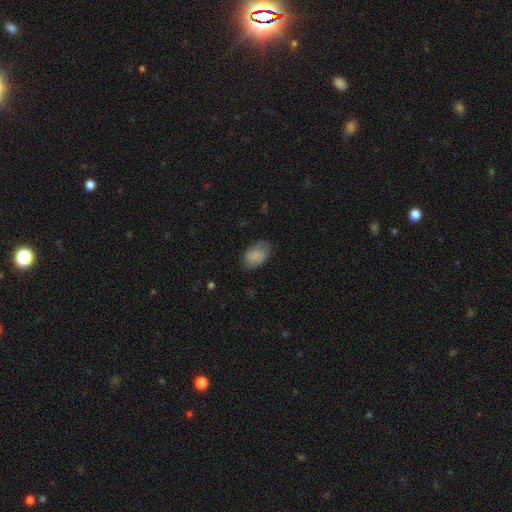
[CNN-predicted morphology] Smooth or featured? smooth (81%)
How rounded? in between (87%)
Merging? none (67%)